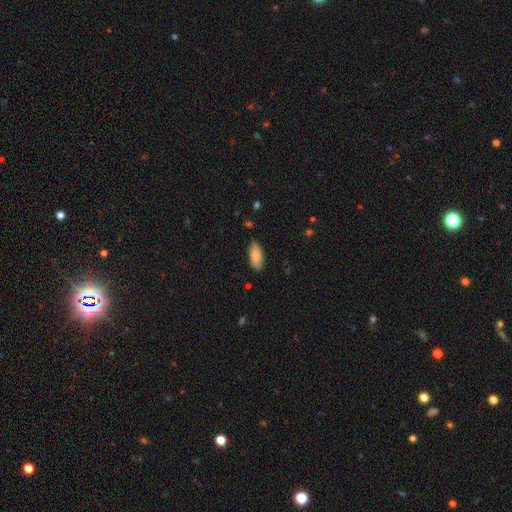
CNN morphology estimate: smooth-or-featured: smooth: 84% | featured or disk: 10% | star or artifact: 6%
  how-rounded: in between: 87% | cigar-shaped: 11% | round: 2%
  merging: none: 86% | minor disturbance: 11% | major disturbance: 2% | merger: 1%